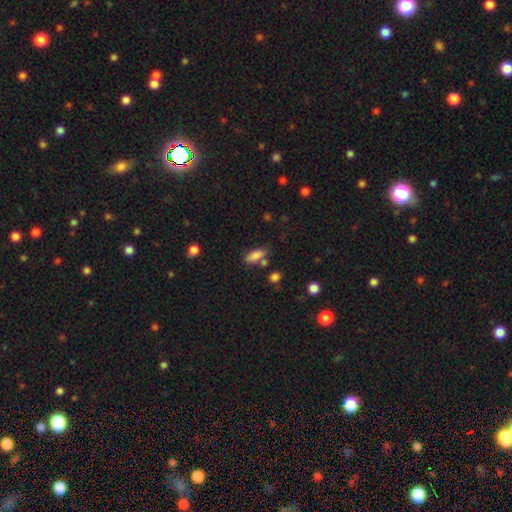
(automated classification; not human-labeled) A smooth galaxy with no disk features (83%) that is in between round and cigar-shaped (77%). Merging: none (61%).